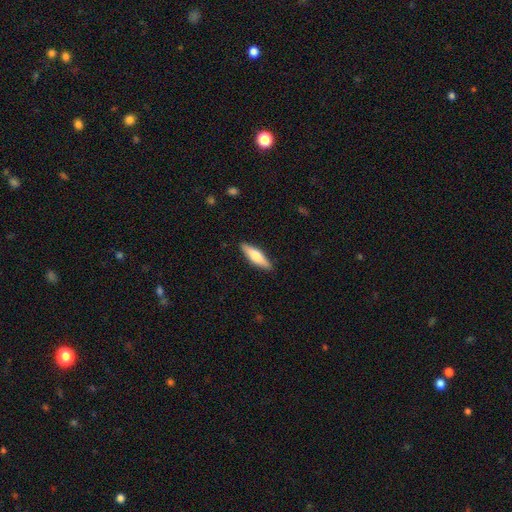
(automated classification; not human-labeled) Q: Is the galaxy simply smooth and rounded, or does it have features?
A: smooth — 62%.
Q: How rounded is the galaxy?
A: cigar-shaped — 61%.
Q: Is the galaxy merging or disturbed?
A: none — 89%.